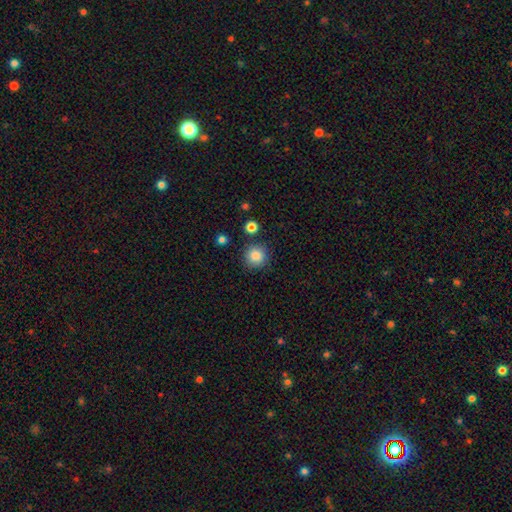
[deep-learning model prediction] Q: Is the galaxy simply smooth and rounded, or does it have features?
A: smooth — 86%.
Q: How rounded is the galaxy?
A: round — 94%.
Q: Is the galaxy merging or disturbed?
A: none — 86%.